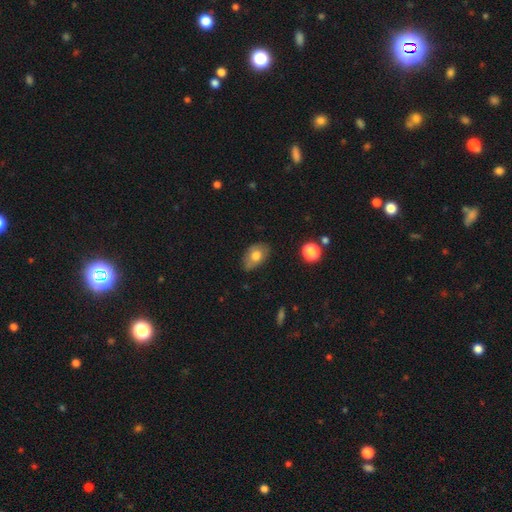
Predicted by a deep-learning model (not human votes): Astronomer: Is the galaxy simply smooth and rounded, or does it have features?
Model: smooth — 71%.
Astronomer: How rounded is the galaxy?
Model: in between — 84%.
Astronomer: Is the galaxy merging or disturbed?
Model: none — 70%.